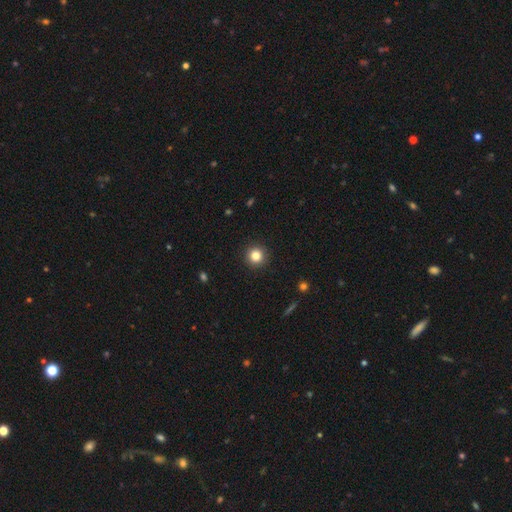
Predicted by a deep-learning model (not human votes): smooth 84%, star or artifact 11%, featured or disk 5%. Down the decision tree: how rounded — round (95%); merging — none (92%).